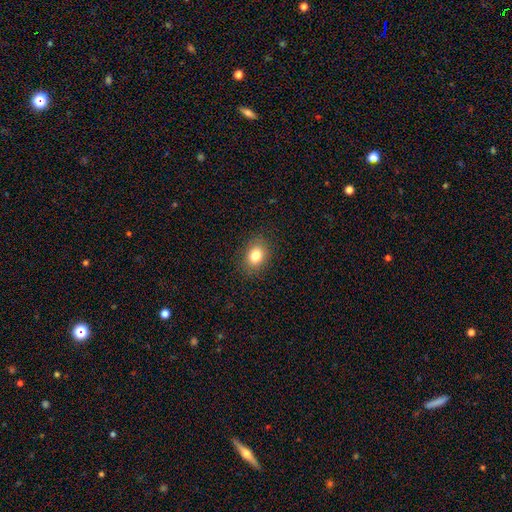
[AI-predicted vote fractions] A smooth galaxy with no disk features (80%) that is in between round and cigar-shaped (61%). Merging: none (87%).